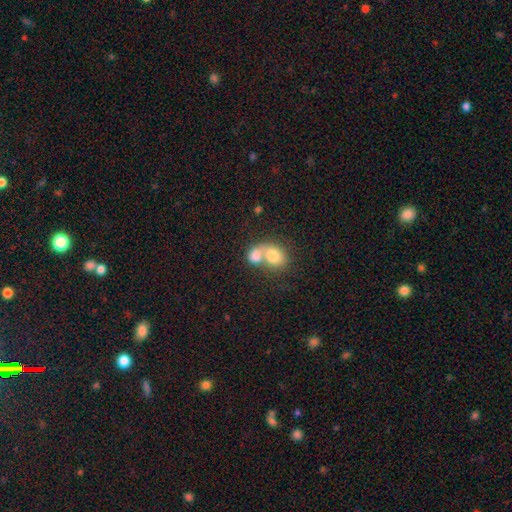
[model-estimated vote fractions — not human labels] Overall: smooth (76%). How rounded: in between (50%; round 48%). Merging: merger (74%).